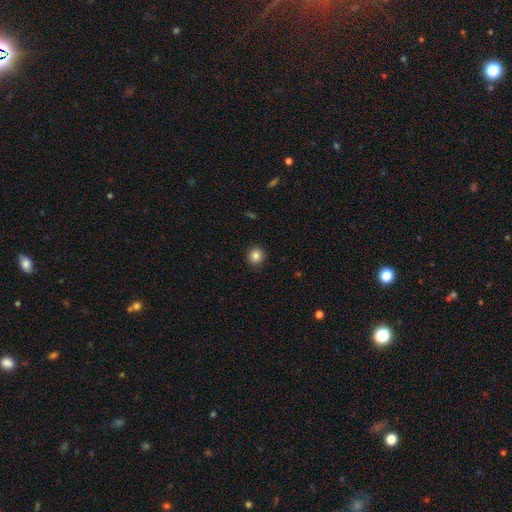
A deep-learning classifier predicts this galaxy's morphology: Overall: smooth (85%). How rounded: round (92%). Merging: none (92%).